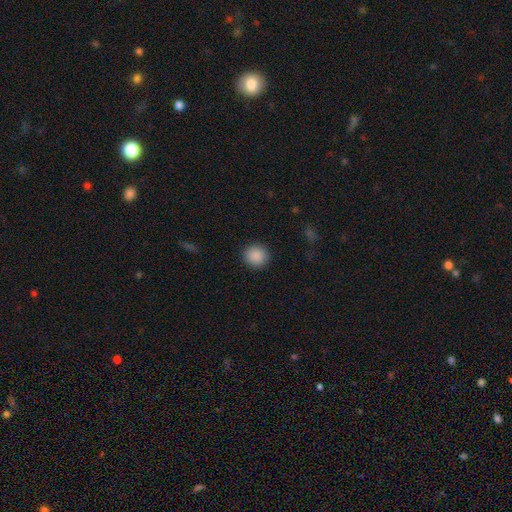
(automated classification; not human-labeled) Smooth or featured? smooth (89%)
How rounded? round (90%)
Merging? none (92%)